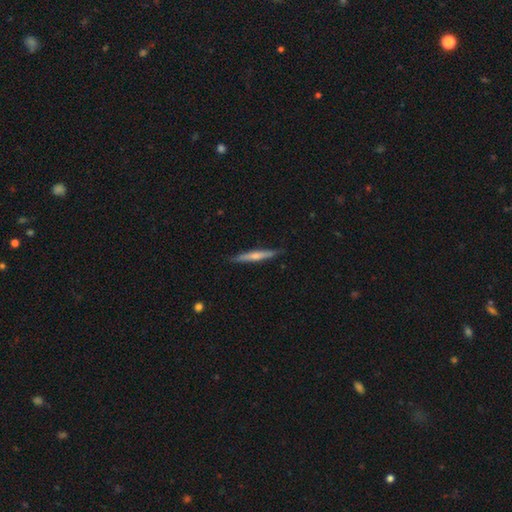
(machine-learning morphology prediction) A smooth galaxy with no disk features (48%). Merging: none (87%).